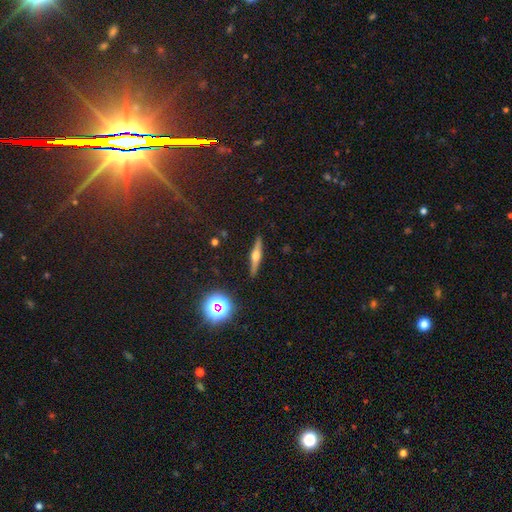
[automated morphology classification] smooth_or_featured: featured or disk (p=0.69) [alt: smooth p=0.22]
disk_edge_on: yes (p=0.97) [alt: no p=0.03]
edge_on_bulge: rounded (p=0.93) [alt: boxy p=0.05]
merging: none (p=0.90) [alt: minor disturbance p=0.07]